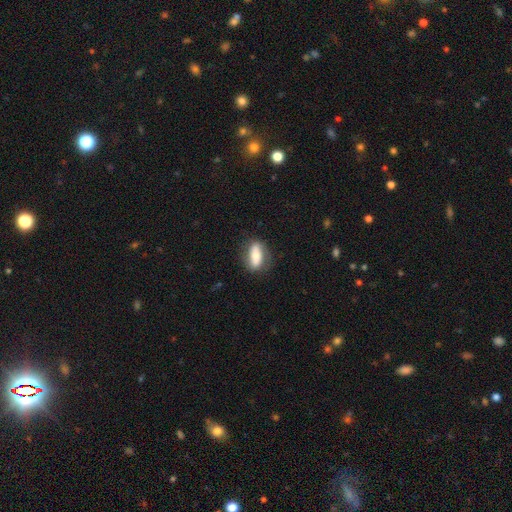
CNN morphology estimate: smooth_or_featured: smooth (p=0.54) [alt: featured or disk p=0.40]
how_rounded: in between (p=0.76) [alt: cigar-shaped p=0.18]
merging: none (p=0.75) [alt: minor disturbance p=0.18]